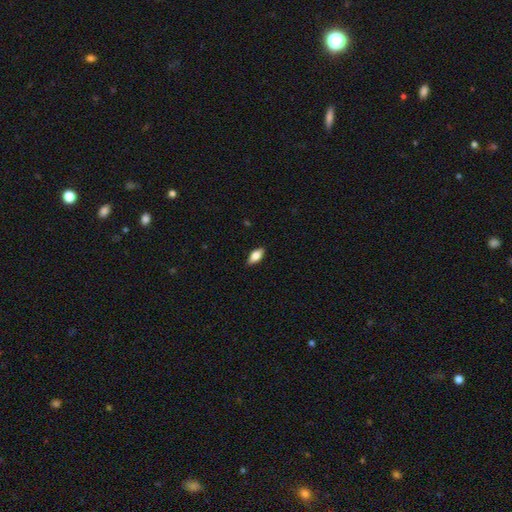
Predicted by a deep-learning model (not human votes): smooth-or-featured: smooth: 73% | featured or disk: 20% | star or artifact: 7%
  how-rounded: in between: 85% | cigar-shaped: 12% | round: 3%
  merging: none: 88% | minor disturbance: 9% | major disturbance: 2% | merger: 1%